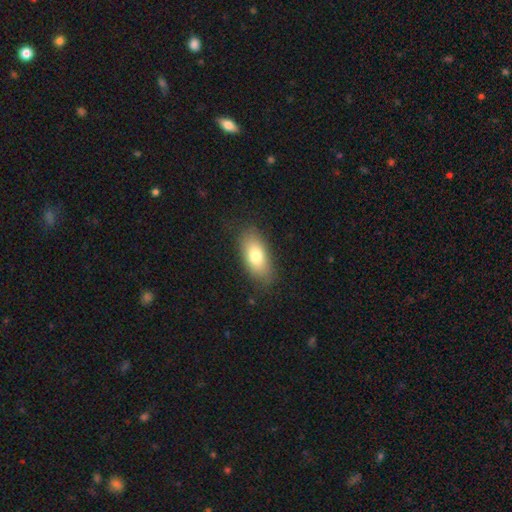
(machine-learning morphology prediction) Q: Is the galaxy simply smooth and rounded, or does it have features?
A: smooth — 77%.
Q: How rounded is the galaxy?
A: in between — 88%.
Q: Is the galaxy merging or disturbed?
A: none — 83%.